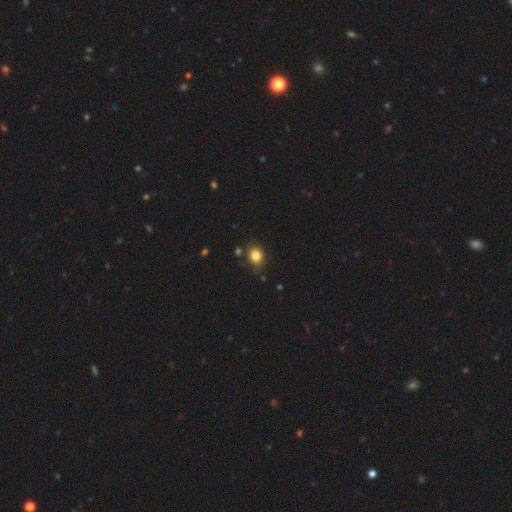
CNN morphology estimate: This appears to be a smooth galaxy with no disk features (83%) that is round (63%). Merging: none (81%).